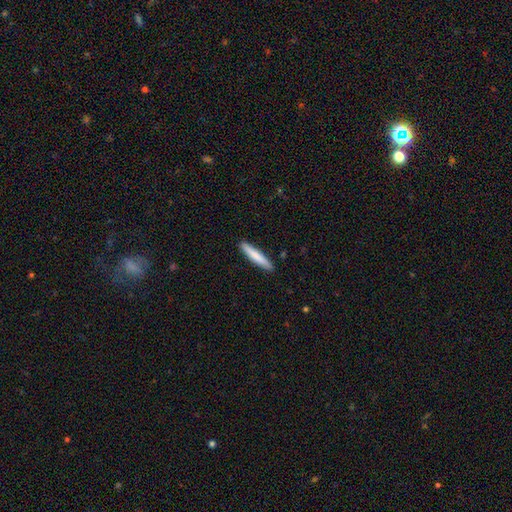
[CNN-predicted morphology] Overall: smooth (79%). How rounded: cigar-shaped (93%). Merging: none (91%).